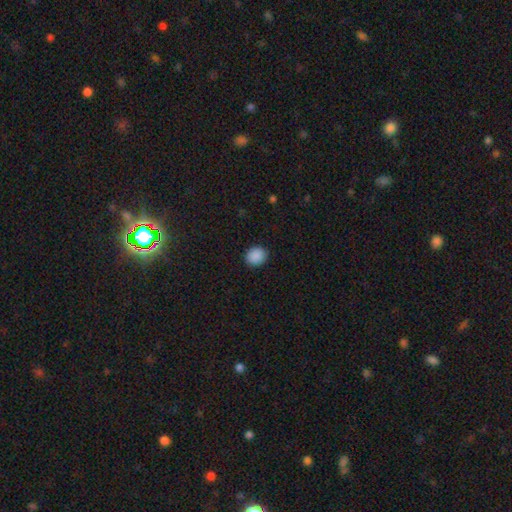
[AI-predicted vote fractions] Smooth or featured? Predicted: smooth (p=0.89). How rounded? Predicted: round (p=0.70). Merging? Predicted: none (p=0.90).